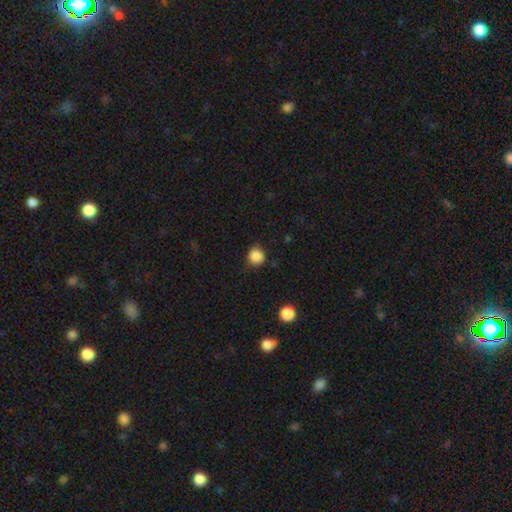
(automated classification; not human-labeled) This is clearly a smooth galaxy (87%). How rounded: clearly round (90%). Merging: clearly none (81%).